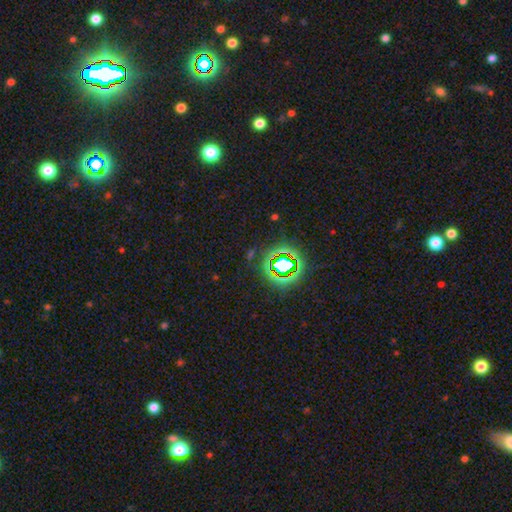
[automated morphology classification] Smooth or featured: star or artifact — 76% (smooth — 15%)